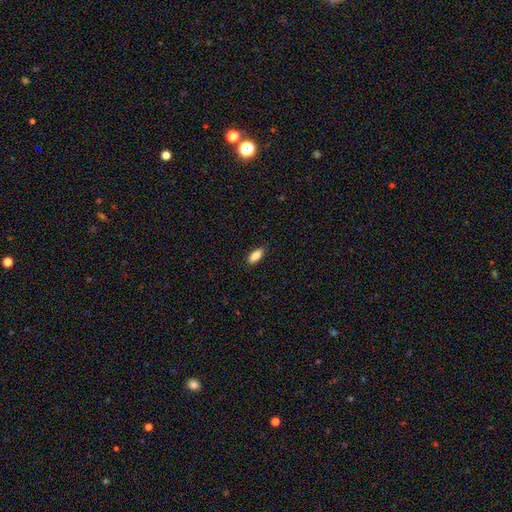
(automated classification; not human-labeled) Smooth or featured: smooth — 87% (star or artifact — 7%)
How rounded: in between — 85% (cigar-shaped — 13%)
Merging: none — 87% (minor disturbance — 10%)